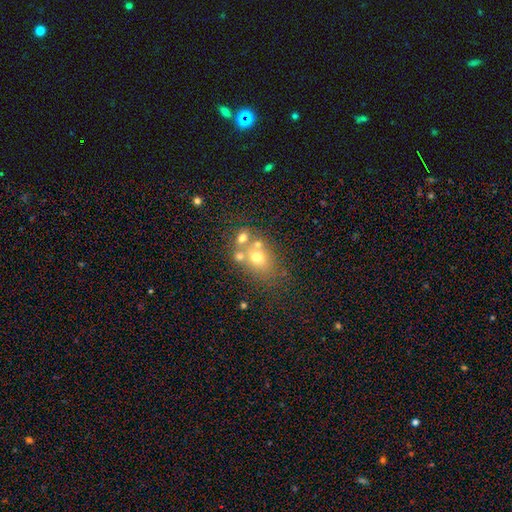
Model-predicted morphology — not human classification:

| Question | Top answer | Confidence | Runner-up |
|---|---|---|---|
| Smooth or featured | smooth | 57% | featured or disk (26%) |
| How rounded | in between | 51% | round (47%) |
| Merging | none | 45% | merger (37%) |